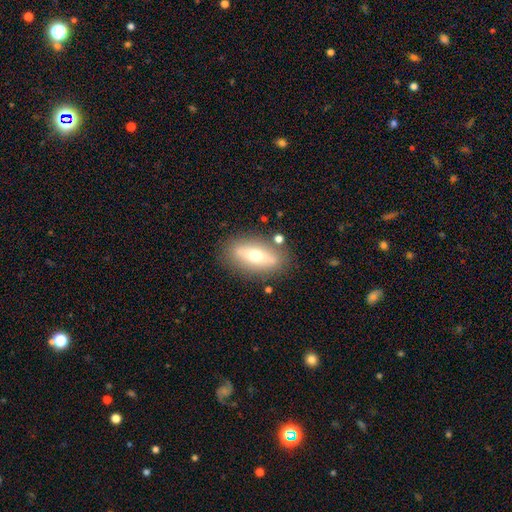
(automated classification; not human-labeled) Smooth or featured: smooth — 52% (featured or disk — 41%)
How rounded: in between — 74% (cigar-shaped — 22%)
Merging: none — 81% (minor disturbance — 12%)